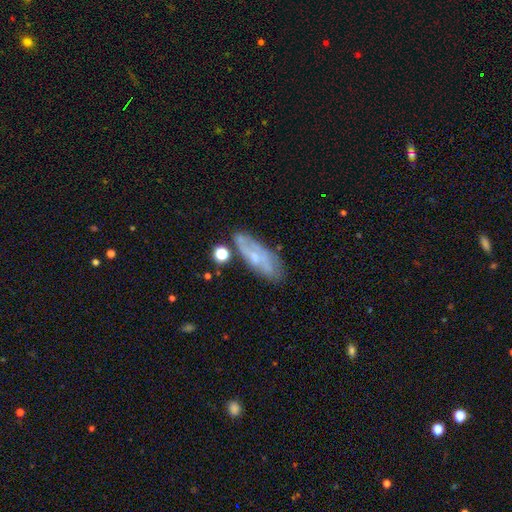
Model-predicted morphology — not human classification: Smooth or featured? Predicted: featured or disk (p=0.54). Edge-on disk? Predicted: no (p=0.79). Merging? Predicted: none (p=0.62).